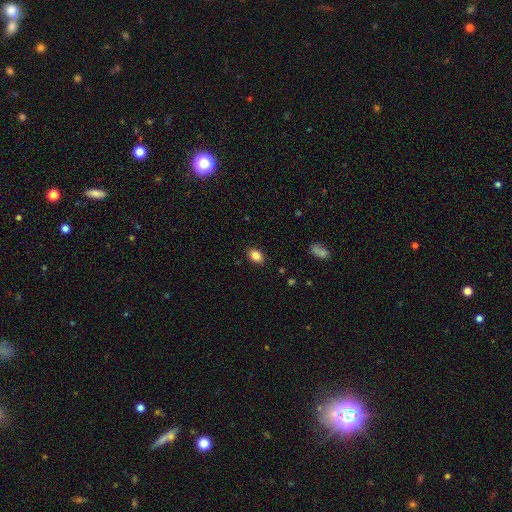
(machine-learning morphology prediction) Smooth or featured: smooth — 86% (star or artifact — 9%)
How rounded: in between — 85% (round — 14%)
Merging: none — 87% (minor disturbance — 10%)